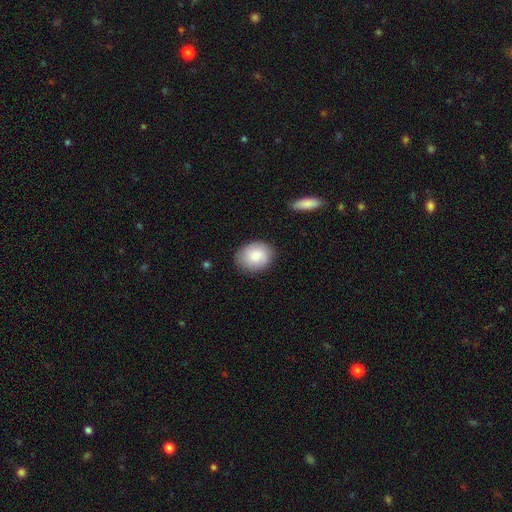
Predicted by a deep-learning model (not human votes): Smooth or featured? Predicted: smooth (p=0.82). How rounded? Predicted: in between (p=0.51). Merging? Predicted: none (p=0.83).